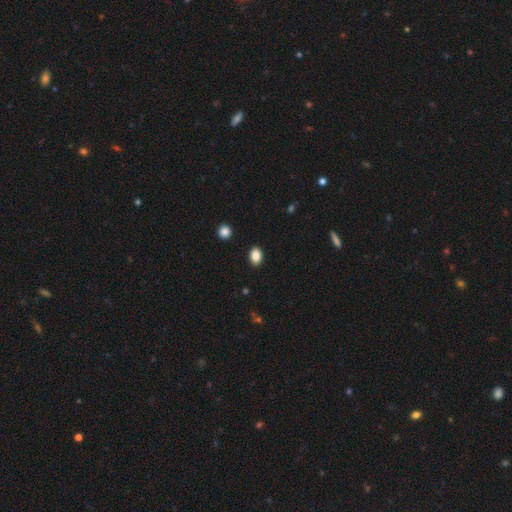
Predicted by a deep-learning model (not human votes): Q: Smooth or featured?
A: smooth (86%); runner-up: star or artifact (9%)
Q: How rounded?
A: in between (76%); runner-up: round (23%)
Q: Merging?
A: none (90%); runner-up: minor disturbance (7%)